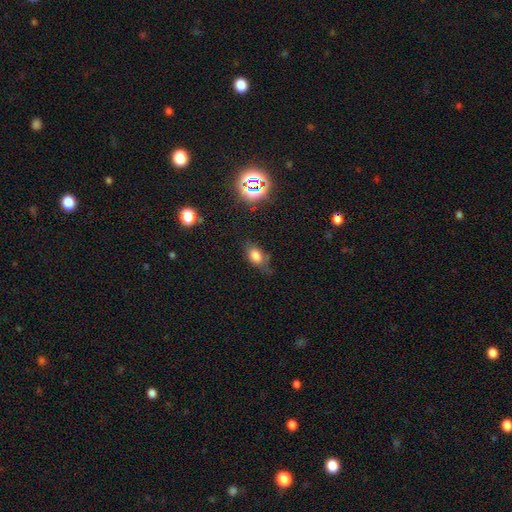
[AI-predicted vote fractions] Smooth or featured?
  - smooth: 72% *
  - star or artifact: 16%
  - featured or disk: 12%
How rounded?
  - in between: 83% *
  - round: 13%
  - cigar-shaped: 4%
Merging?
  - none: 59% *
  - minor disturbance: 28%
  - major disturbance: 10%
  - merger: 3%